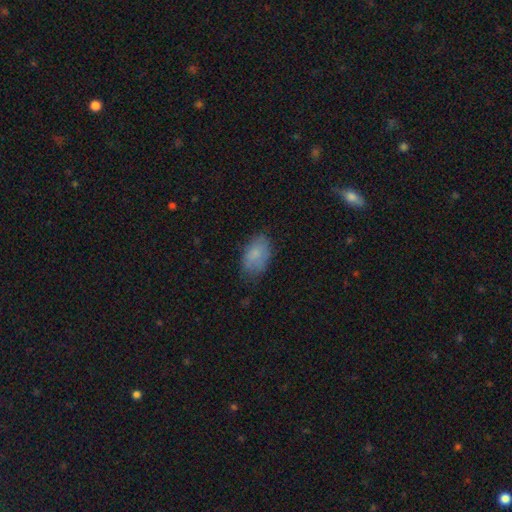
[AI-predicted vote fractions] Smooth or featured? Predicted: smooth (p=0.78). How rounded? Predicted: in between (p=0.92). Merging? Predicted: none (p=0.65).